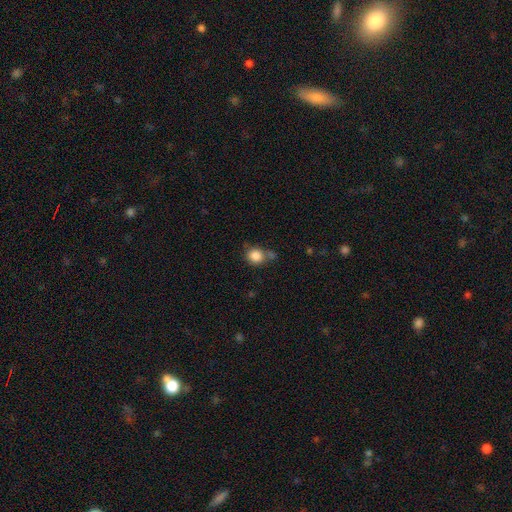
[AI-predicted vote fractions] A smooth galaxy with no disk features (85%) that is round (78%). Merging: none (57%).